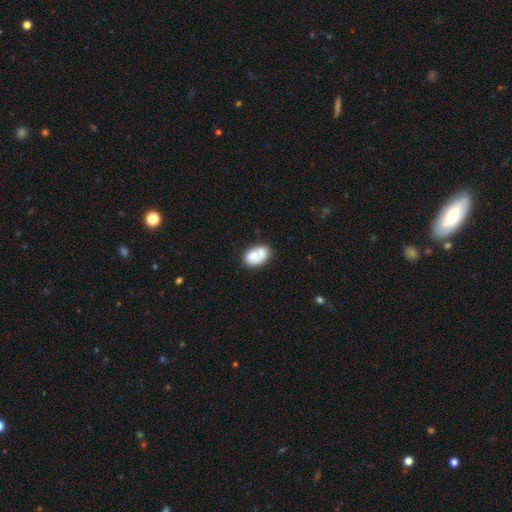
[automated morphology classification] Q: Smooth or featured?
A: smooth (64%); runner-up: featured or disk (29%)
Q: How rounded?
A: in between (75%); runner-up: round (23%)
Q: Merging?
A: merger (43%); runner-up: none (33%)